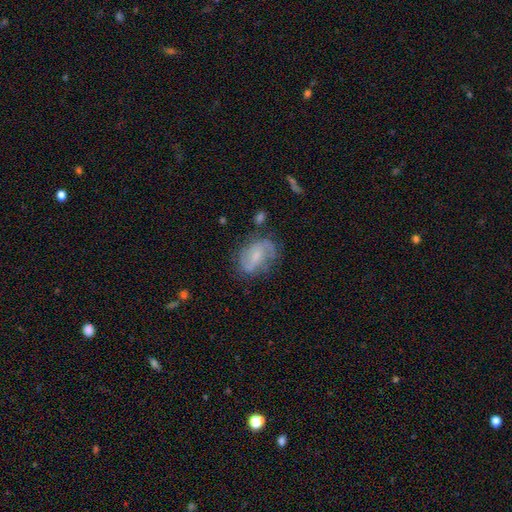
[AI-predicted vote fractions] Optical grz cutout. It shows a featured or disk galaxy (62%) with a weak bar (48%), spiral arms (80%) and a small central bulge (50%). Merging: none (56%).